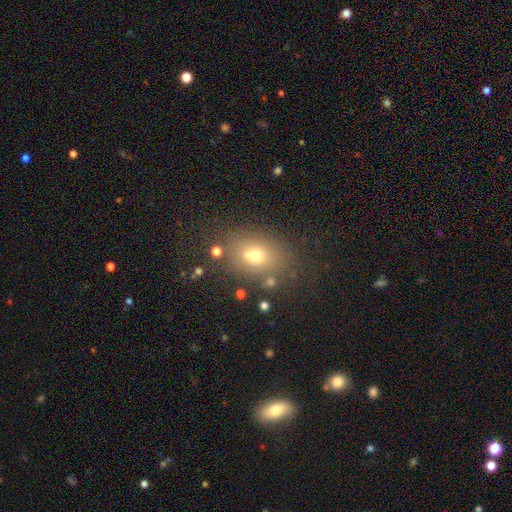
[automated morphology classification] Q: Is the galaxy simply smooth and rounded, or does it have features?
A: smooth — 65%.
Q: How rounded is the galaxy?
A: in between — 60%.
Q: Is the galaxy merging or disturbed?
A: none — 63%.